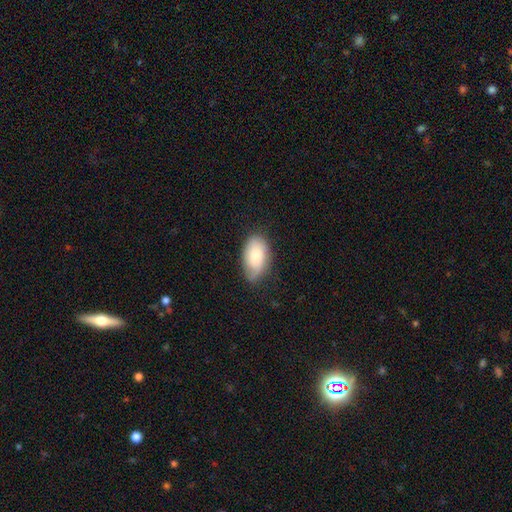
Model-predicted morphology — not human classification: type=smooth (76%); roundness=in between (94%); merging=none (64%).